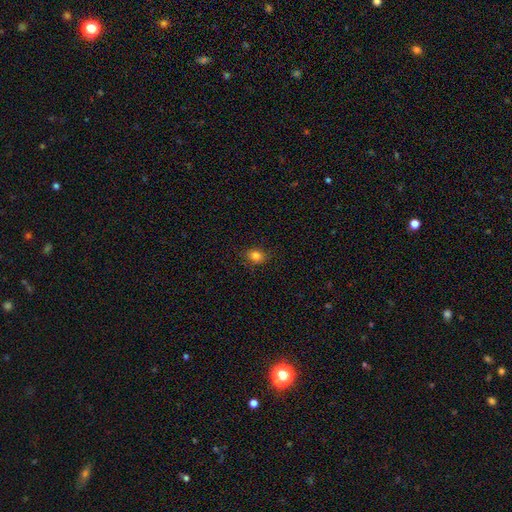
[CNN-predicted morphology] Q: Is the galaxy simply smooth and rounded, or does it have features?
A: smooth — 82%.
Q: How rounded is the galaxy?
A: round — 51%.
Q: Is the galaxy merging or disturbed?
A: none — 84%.